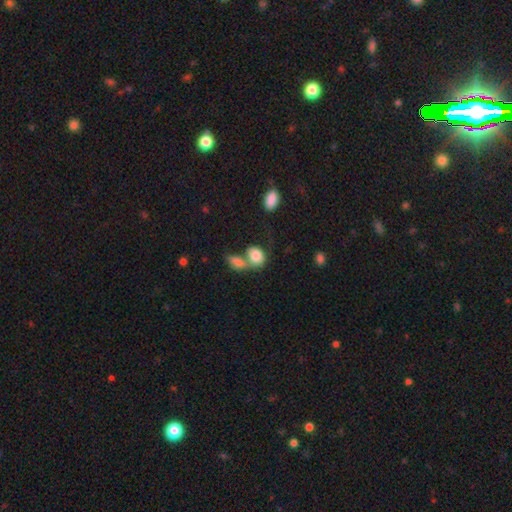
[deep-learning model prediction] Smooth or featured: smooth — 82% (featured or disk — 10%)
How rounded: in between — 63% (round — 35%)
Merging: merger — 57% (none — 24%)